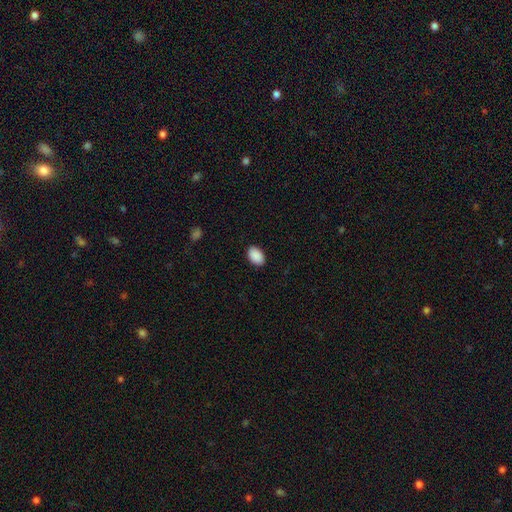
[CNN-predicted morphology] smooth-or-featured: smooth: 91% | star or artifact: 7% | featured or disk: 2%
  how-rounded: in between: 89% | round: 9% | cigar-shaped: 1%
  merging: none: 90% | minor disturbance: 8% | major disturbance: 2% | merger: 1%